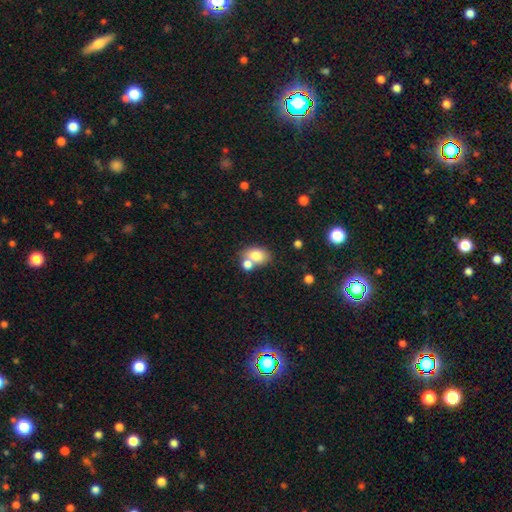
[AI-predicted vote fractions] Q: Smooth or featured?
A: smooth (77%); runner-up: featured or disk (13%)
Q: How rounded?
A: in between (71%); runner-up: round (28%)
Q: Merging?
A: none (45%); runner-up: merger (40%)